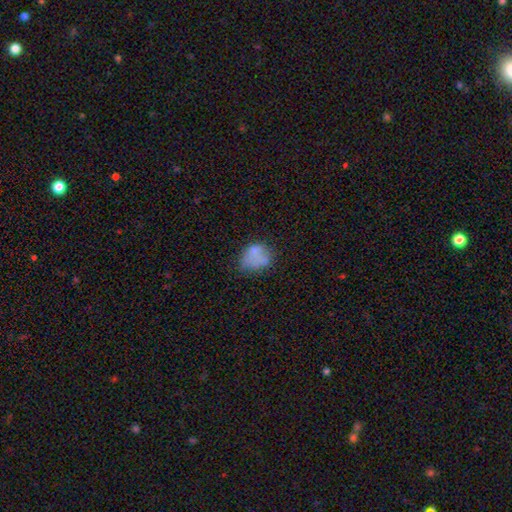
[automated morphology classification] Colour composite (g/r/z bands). It shows a smooth galaxy with no disk features (64%) that is in between round and cigar-shaped (53%). Merging: none (40%).